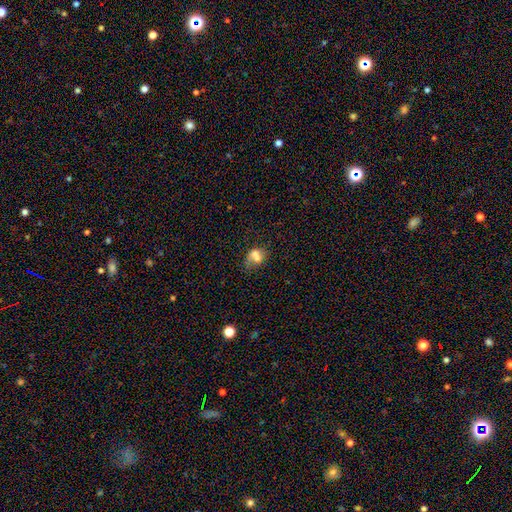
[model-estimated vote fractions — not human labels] This is likely a smooth galaxy (66%). How rounded: possibly in between (51%). Merging: marginally merger (42%).